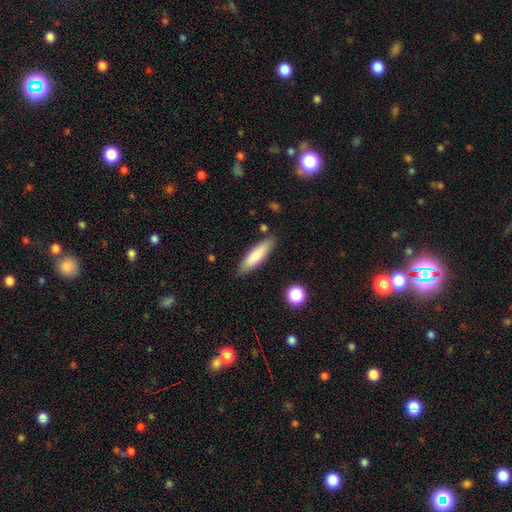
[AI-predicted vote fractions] This appears to be a smooth galaxy with no disk features (80%) that is cigar-shaped (68%). Merging: none (86%).